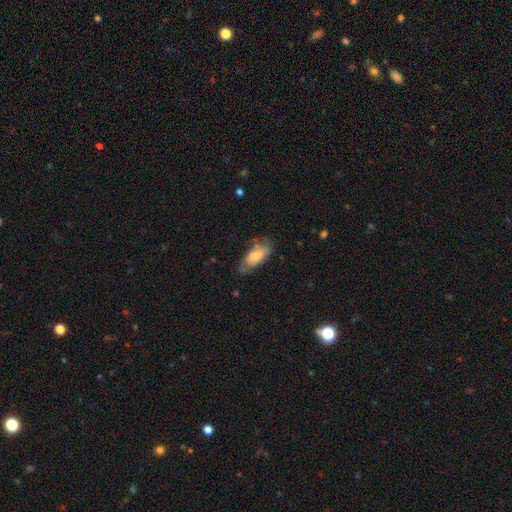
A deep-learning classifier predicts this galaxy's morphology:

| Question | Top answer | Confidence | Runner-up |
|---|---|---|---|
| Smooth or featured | smooth | 68% | featured or disk (26%) |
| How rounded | in between | 85% | cigar-shaped (13%) |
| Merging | none | 56% | minor disturbance (30%) |